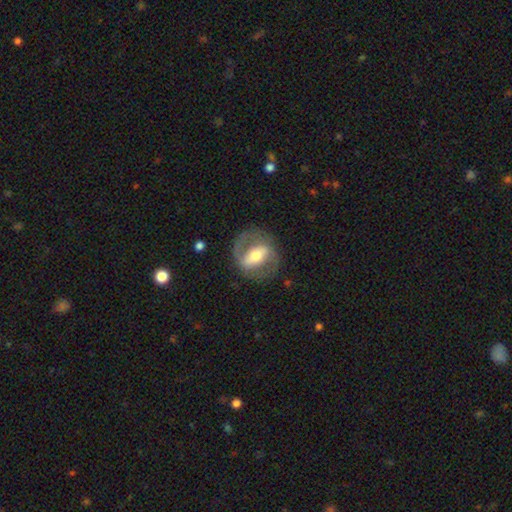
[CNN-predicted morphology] smooth-or-featured: featured or disk: 73% | smooth: 21% | star or artifact: 6%
  disk-edge-on: no: 93% | yes: 7%
    bar: strong: 57% | weak: 28% | no: 16%
    has-spiral-arms: yes: 67% | no: 33%
    bulge-size: moderate: 64% | small: 19% | large: 14% | dominant: 2% | none: 1%
  merging: none: 77% | minor disturbance: 13% | major disturbance: 9% | merger: 1%